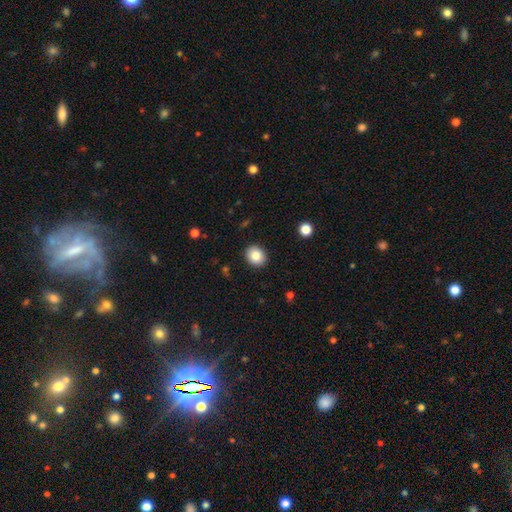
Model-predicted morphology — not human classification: A smooth galaxy with no disk features (83%) that is round (70%). Merging: none (91%).